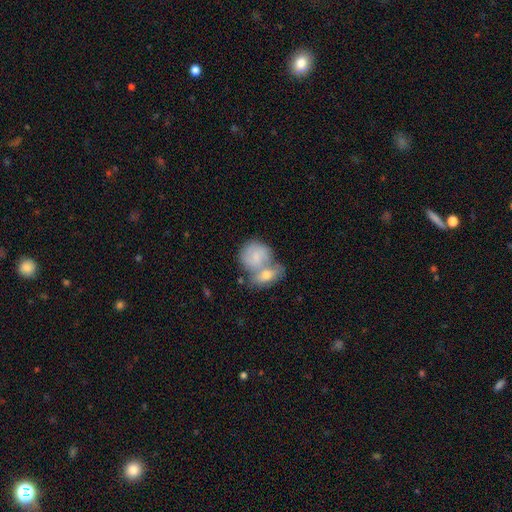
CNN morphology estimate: The model was most divided on "smooth or featured": smooth: 58%, featured or disk: 36%, star or artifact: 6%. More confident: merging — merger (65%); how rounded — round (62%).